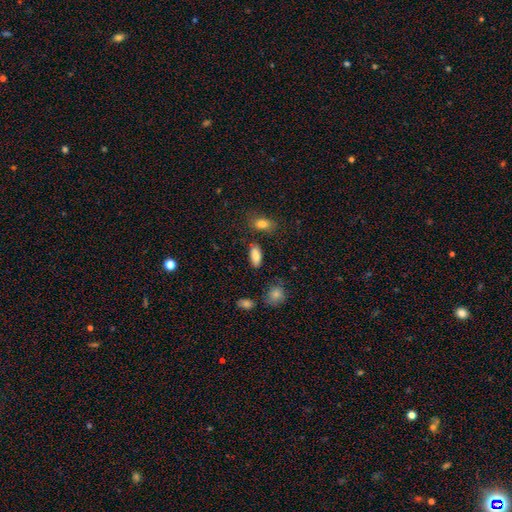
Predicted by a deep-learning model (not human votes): Smooth or featured: smooth — 85% (star or artifact — 8%)
How rounded: in between — 86% (cigar-shaped — 11%)
Merging: none — 81% (minor disturbance — 12%)